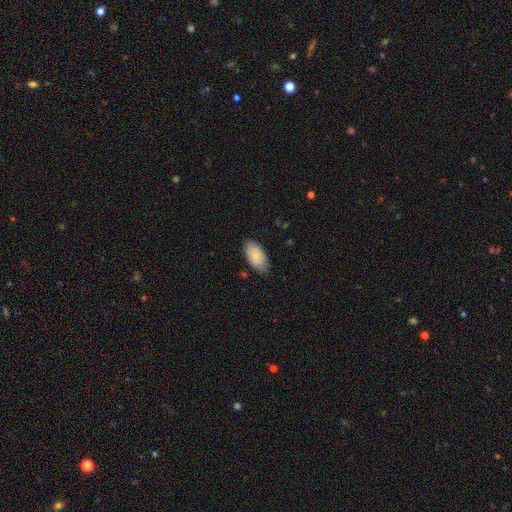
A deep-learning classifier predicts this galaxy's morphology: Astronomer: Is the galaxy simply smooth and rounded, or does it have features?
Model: smooth — 80%.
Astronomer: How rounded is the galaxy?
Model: in between — 95%.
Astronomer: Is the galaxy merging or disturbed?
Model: none — 79%.